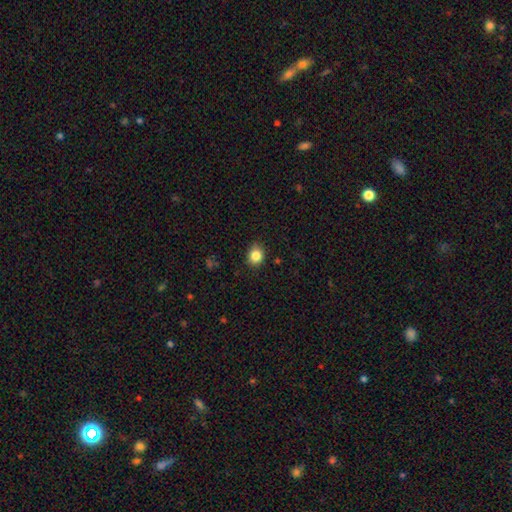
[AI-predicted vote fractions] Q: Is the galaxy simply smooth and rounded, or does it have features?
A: smooth — 85%.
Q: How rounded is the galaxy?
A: round — 71%.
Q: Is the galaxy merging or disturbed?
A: none — 86%.